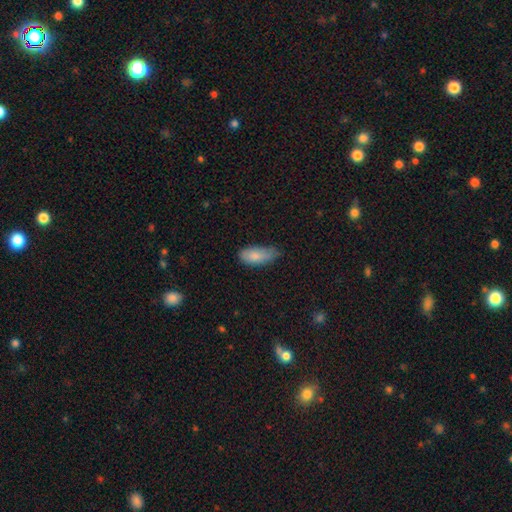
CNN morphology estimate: The model was most divided on "merging": none: 49%, minor disturbance: 41%, major disturbance: 8%, merger: 2%. More confident: how rounded — in between (88%); smooth or featured — smooth (83%).